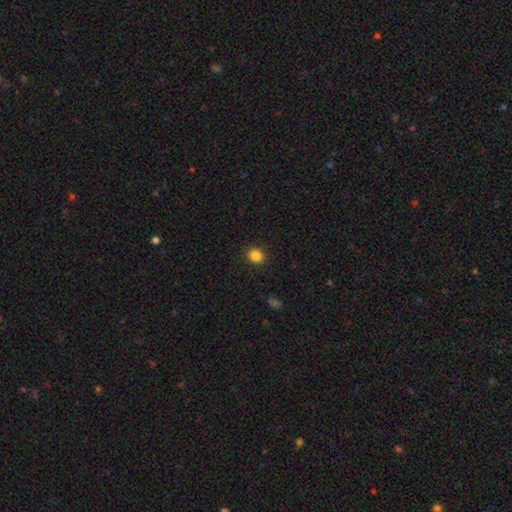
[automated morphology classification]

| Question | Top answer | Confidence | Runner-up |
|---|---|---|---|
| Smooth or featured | smooth | 86% | star or artifact (11%) |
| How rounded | round | 86% | in between (13%) |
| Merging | none | 91% | minor disturbance (6%) |